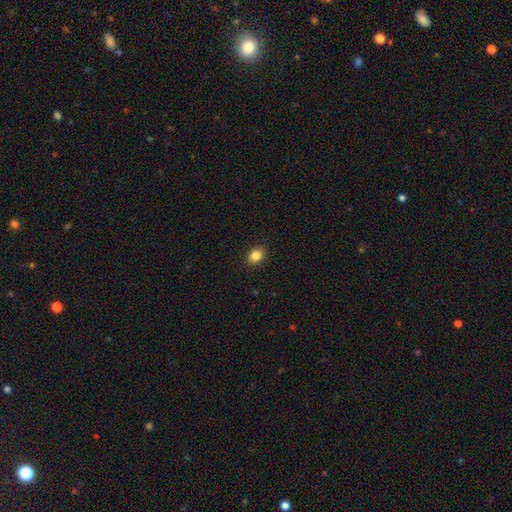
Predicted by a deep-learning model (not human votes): Smooth or featured: smooth — 85% (star or artifact — 10%)
How rounded: in between — 62% (round — 37%)
Merging: none — 90% (minor disturbance — 7%)